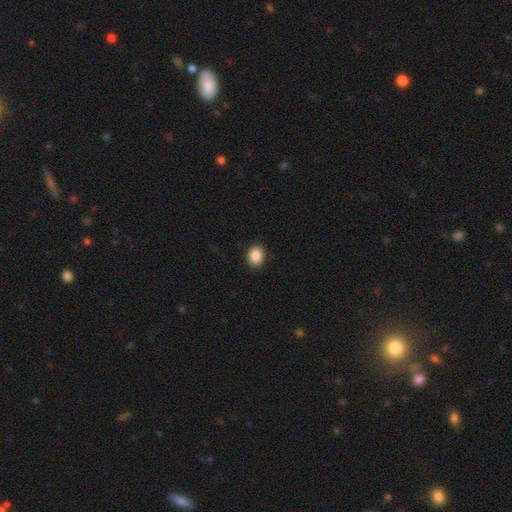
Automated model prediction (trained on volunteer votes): smooth 88%, star or artifact 9%, featured or disk 4%. Down the decision tree: how rounded — round (53%); merging — none (90%).